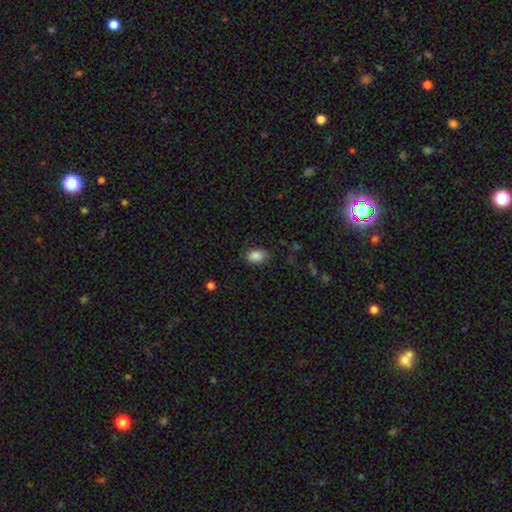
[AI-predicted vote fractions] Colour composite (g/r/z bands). It shows a smooth galaxy with no disk features (87%) that is in between round and cigar-shaped (84%). Merging: none (77%).